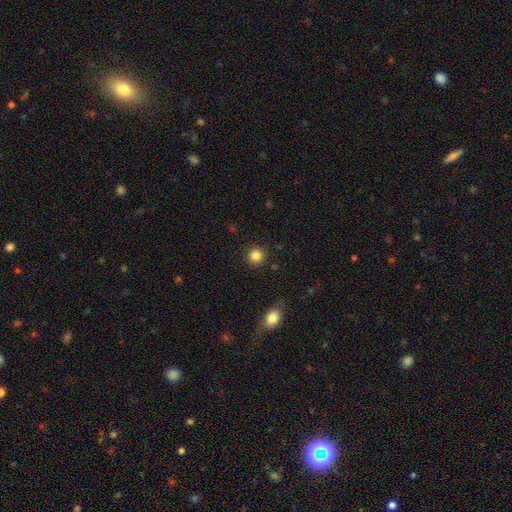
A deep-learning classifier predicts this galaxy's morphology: A smooth galaxy with no disk features (85%) that is round (94%).

Vote fractions:
- Smooth or featured? smooth: 85% / star or artifact: 11% / featured or disk: 4%
- How rounded? round: 94% / in between: 5% / cigar-shaped: 1%
- Merging? none: 91% / minor disturbance: 6% / major disturbance: 2% / merger: 1%